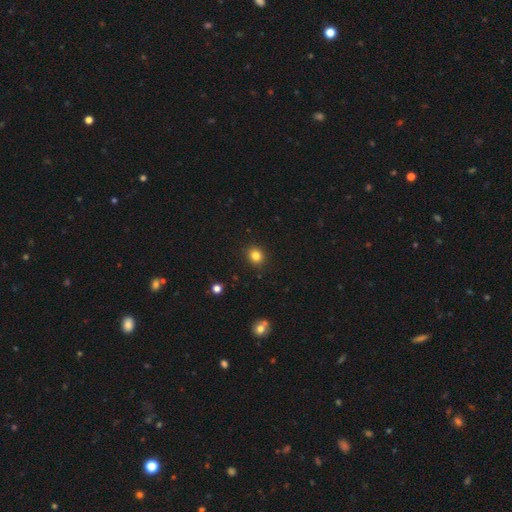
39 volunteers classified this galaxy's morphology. Overall: smooth (87%). How rounded: round (74%). Merging: none (89%).